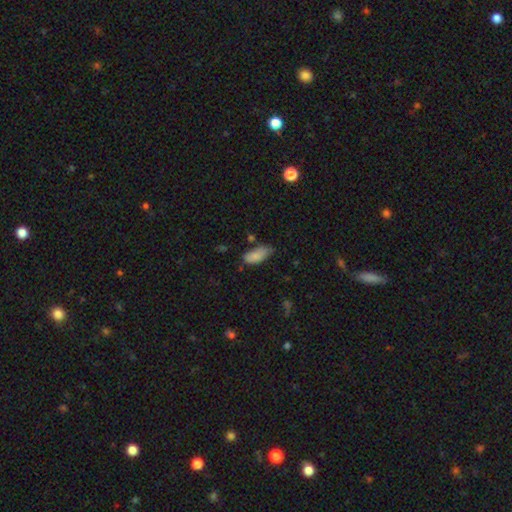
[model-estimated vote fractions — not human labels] Smooth or featured? Predicted: smooth (p=0.85). How rounded? Predicted: in between (p=0.88). Merging? Predicted: none (p=0.50).